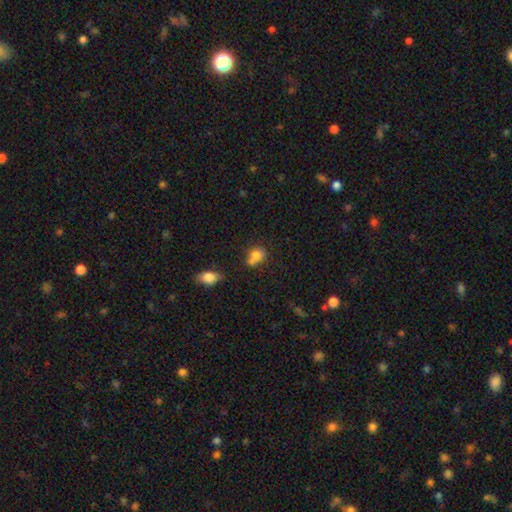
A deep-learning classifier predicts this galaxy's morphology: A smooth galaxy with no disk features (77%) that is round (50%). Merging: none (40%).